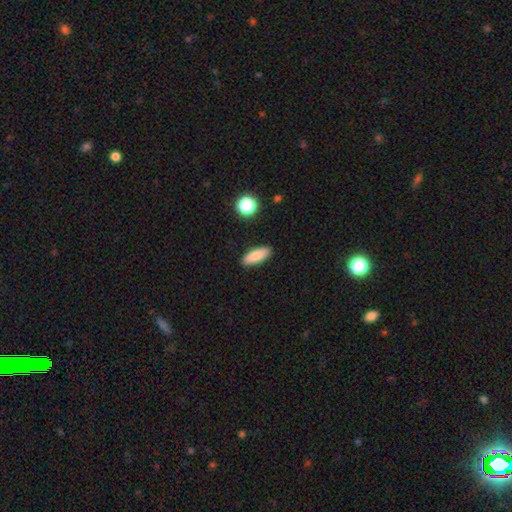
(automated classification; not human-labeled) This is clearly a smooth galaxy (82%). How rounded: likely in between (67%). Merging: clearly none (89%).